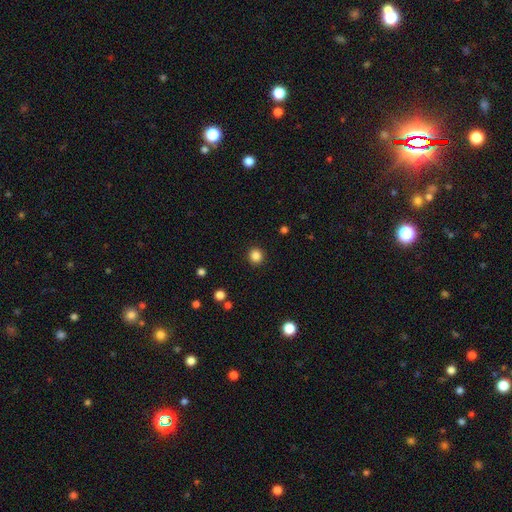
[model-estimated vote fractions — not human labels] smooth-or-featured: smooth: 85% | star or artifact: 11% | featured or disk: 3%
  how-rounded: round: 92% | in between: 7% | cigar-shaped: 1%
  merging: none: 92% | minor disturbance: 5% | major disturbance: 2% | merger: 1%